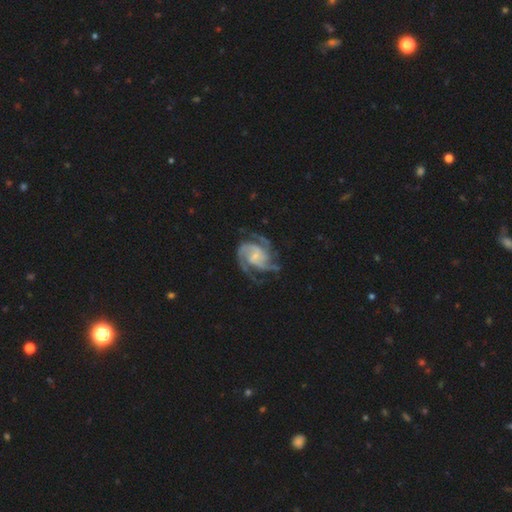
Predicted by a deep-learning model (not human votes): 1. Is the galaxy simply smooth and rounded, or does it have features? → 91% featured or disk, 4% smooth, 4% star or artifact.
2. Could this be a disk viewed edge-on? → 98% no, 2% yes.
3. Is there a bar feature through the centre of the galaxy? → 51% no, 38% weak, 11% strong.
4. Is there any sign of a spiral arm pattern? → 98% yes, 2% no.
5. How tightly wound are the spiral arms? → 51% medium, 38% tight, 11% loose.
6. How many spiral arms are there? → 47% 3, 16% 4, 15% 2, 10% can't tell, 6% more than 4, 6% 1.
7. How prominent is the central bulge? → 65% small, 19% moderate, 12% none, 2% large, 1% dominant.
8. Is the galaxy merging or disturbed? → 68% none, 17% minor disturbance, 13% major disturbance, 2% merger.